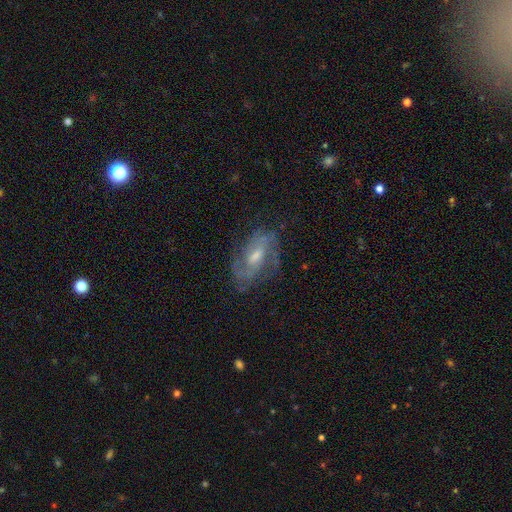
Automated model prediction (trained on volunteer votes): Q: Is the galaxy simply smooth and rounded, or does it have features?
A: featured or disk — 80%.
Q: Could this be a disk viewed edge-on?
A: no — 95%.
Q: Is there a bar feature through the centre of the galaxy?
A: weak — 47%.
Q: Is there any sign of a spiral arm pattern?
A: yes — 93%.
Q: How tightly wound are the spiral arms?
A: medium — 47%.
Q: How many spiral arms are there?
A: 2 — 52%.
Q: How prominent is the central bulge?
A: moderate — 56%.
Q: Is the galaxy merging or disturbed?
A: none — 70%.